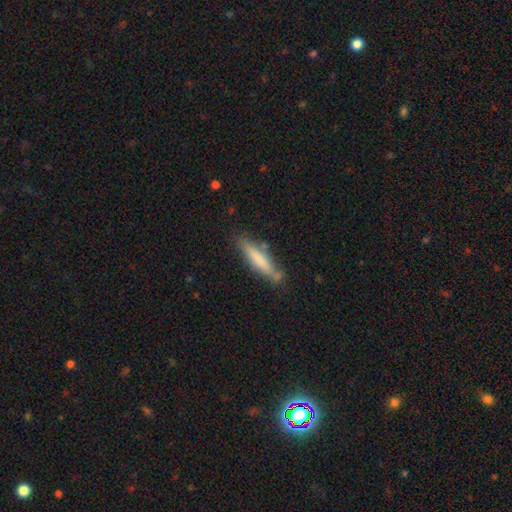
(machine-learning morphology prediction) Overall: smooth (68%). How rounded: cigar-shaped (87%). Merging: none (75%).